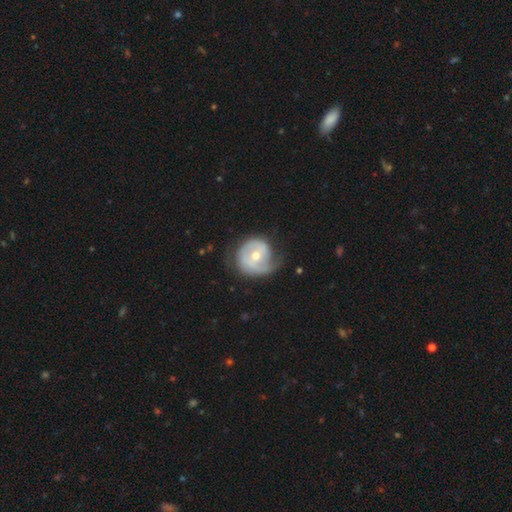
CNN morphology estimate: This appears to be a featured or disk galaxy (68%) with no bar (55%), 2 (45%) tight (40%) spiral arms (80%) and a moderate central bulge (52%). Merging: none (52%).